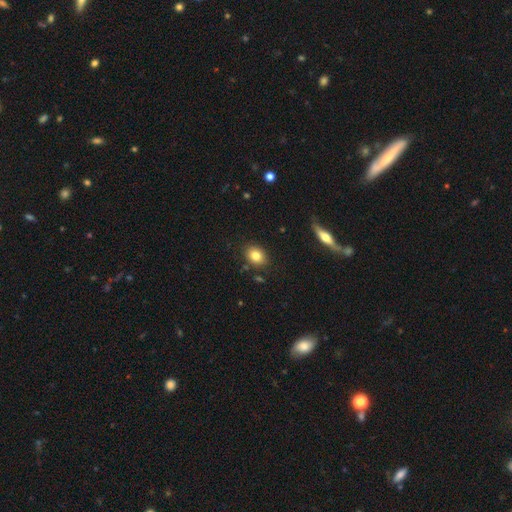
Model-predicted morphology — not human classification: Smooth or featured: smooth — 82% (star or artifact — 9%)
How rounded: in between — 60% (round — 39%)
Merging: none — 85% (minor disturbance — 10%)